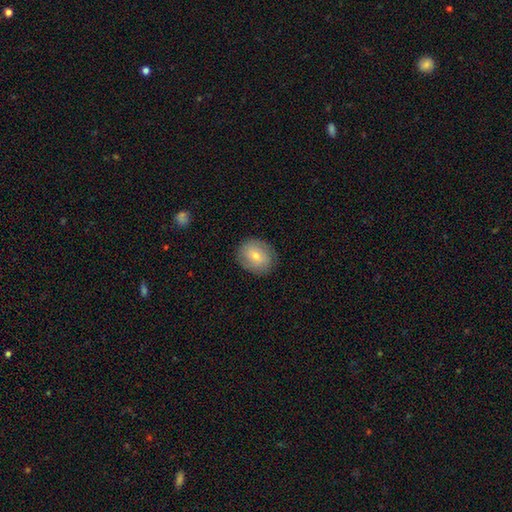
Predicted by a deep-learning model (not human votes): Q: Smooth or featured?
A: smooth (65%); runner-up: featured or disk (27%)
Q: How rounded?
A: round (63%); runner-up: in between (36%)
Q: Merging?
A: none (86%); runner-up: minor disturbance (10%)